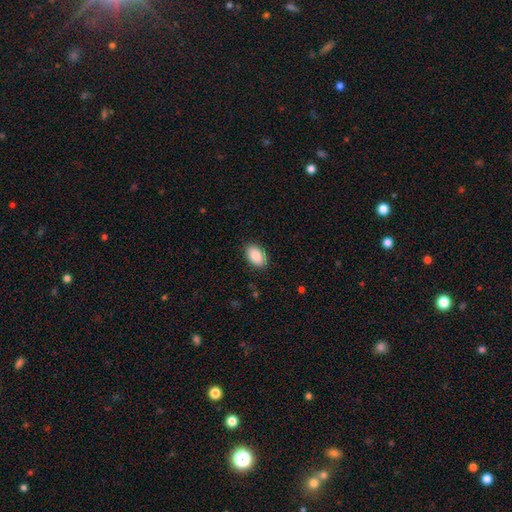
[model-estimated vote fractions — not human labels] Smooth or featured?
  - smooth: 89% *
  - star or artifact: 6%
  - featured or disk: 4%
How rounded?
  - in between: 91% *
  - round: 8%
  - cigar-shaped: 1%
Merging?
  - none: 88% *
  - minor disturbance: 9%
  - major disturbance: 2%
  - merger: 1%